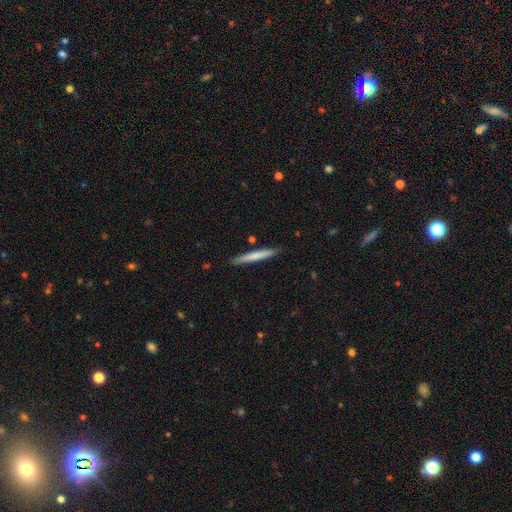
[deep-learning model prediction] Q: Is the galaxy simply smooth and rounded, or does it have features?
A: smooth — 66%.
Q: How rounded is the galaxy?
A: cigar-shaped — 96%.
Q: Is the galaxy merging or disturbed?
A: none — 88%.